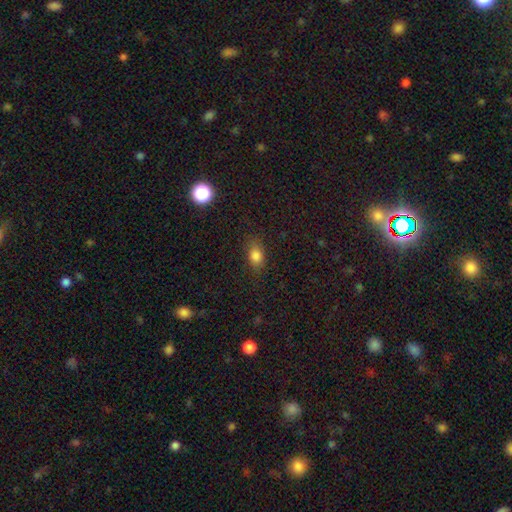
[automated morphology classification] Q: Smooth or featured?
A: smooth (81%); runner-up: star or artifact (12%)
Q: How rounded?
A: in between (73%); runner-up: round (24%)
Q: Merging?
A: none (76%); runner-up: minor disturbance (17%)